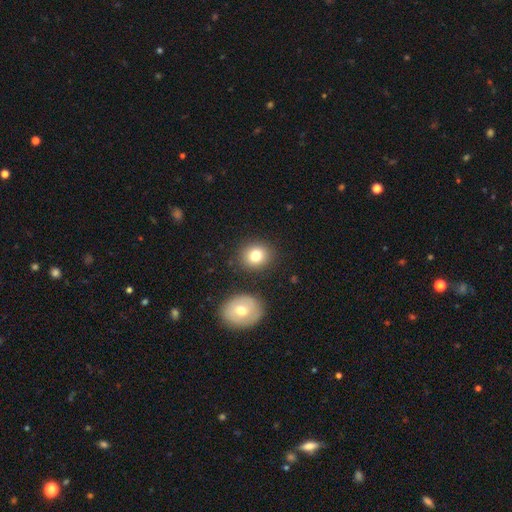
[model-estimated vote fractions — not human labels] Smooth or featured? smooth (80%)
How rounded? round (73%)
Merging? none (82%)